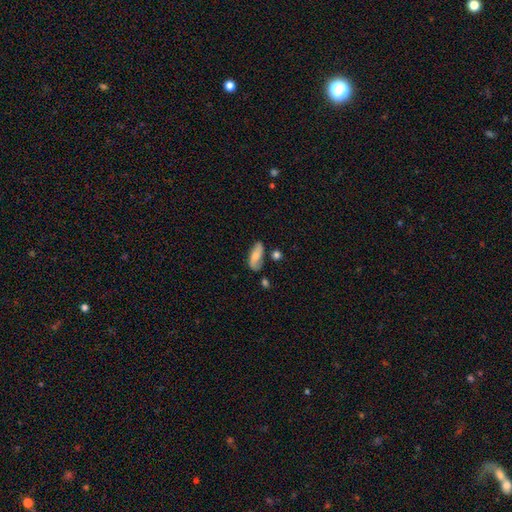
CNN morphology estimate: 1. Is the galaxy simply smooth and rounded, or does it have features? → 58% smooth, 35% featured or disk, 8% star or artifact.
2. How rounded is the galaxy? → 79% in between, 18% cigar-shaped, 3% round.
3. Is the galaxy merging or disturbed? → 58% none, 25% minor disturbance, 9% merger, 8% major disturbance.